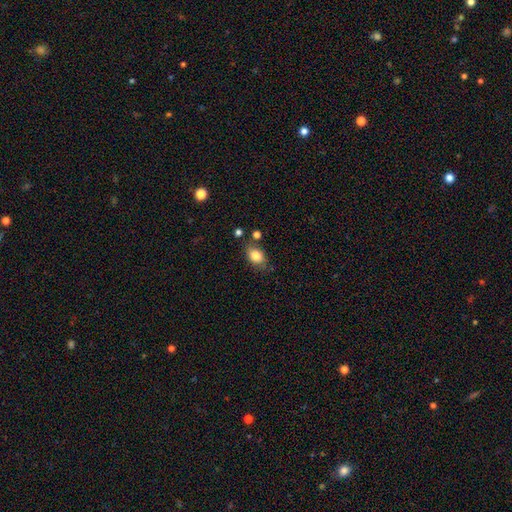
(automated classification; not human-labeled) A smooth galaxy with no disk features (82%) that is in between round and cigar-shaped (76%). Merging: none (72%).